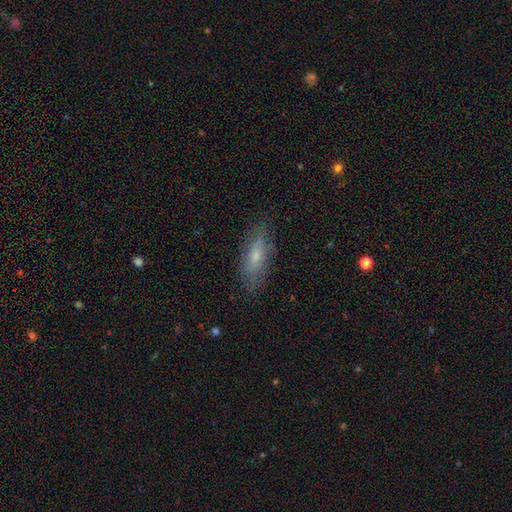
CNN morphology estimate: smooth-or-featured: smooth: 62% | featured or disk: 30% | star or artifact: 8%
  how-rounded: in between: 63% | cigar-shaped: 34% | round: 3%
  merging: none: 79% | minor disturbance: 15% | major disturbance: 4% | merger: 1%